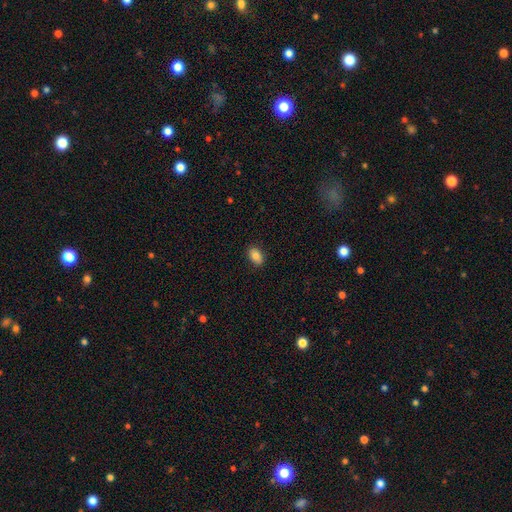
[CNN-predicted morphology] Q: Smooth or featured?
A: smooth (84%); runner-up: star or artifact (8%)
Q: How rounded?
A: in between (89%); runner-up: round (10%)
Q: Merging?
A: none (88%); runner-up: minor disturbance (9%)